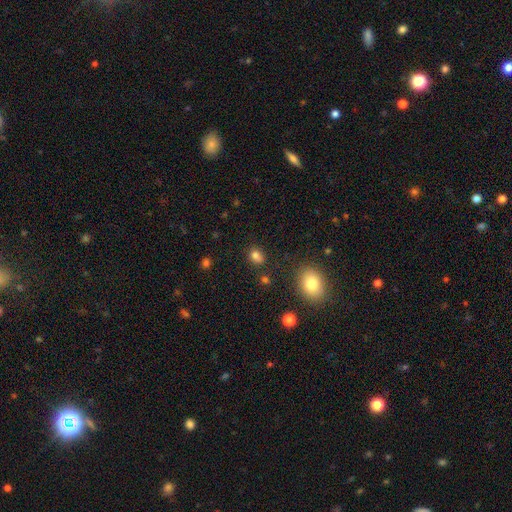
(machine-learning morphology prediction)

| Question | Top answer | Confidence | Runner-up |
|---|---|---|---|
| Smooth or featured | smooth | 79% | star or artifact (14%) |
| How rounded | round | 51% | in between (48%) |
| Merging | none | 68% | minor disturbance (16%) |